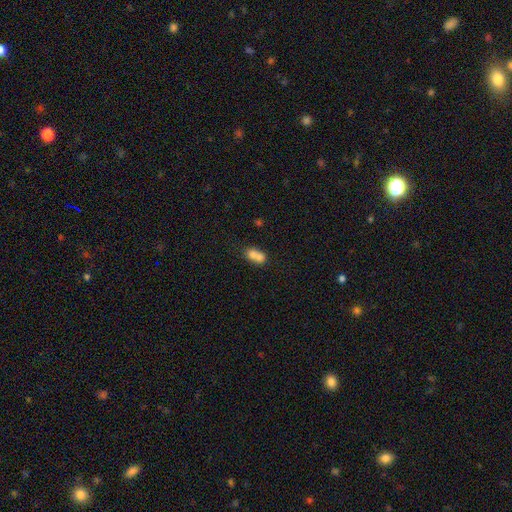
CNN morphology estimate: A smooth galaxy with no disk features (72%) that is in between round and cigar-shaped (54%).

Vote fractions:
- Smooth or featured? smooth: 72% / featured or disk: 17% / star or artifact: 10%
- How rounded? in between: 54% / round: 43% / cigar-shaped: 3%
- Merging? merger: 65% / none: 23% / minor disturbance: 8% / major disturbance: 4%